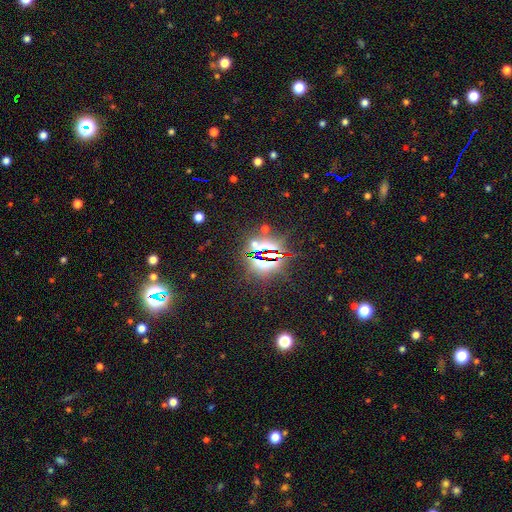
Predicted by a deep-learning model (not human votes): The model was most divided on "smooth or featured": star or artifact: 80%, smooth: 12%, featured or disk: 8%.